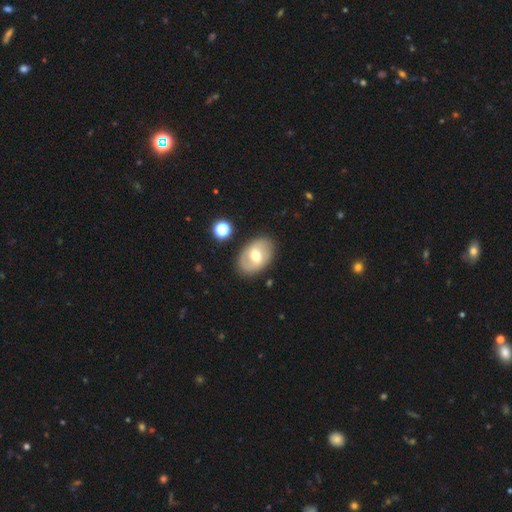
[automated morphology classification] The model was most divided on "smooth or featured": featured or disk: 51%, smooth: 42%, star or artifact: 7%. More confident: edge-on disk — no (94%); merging — none (84%).